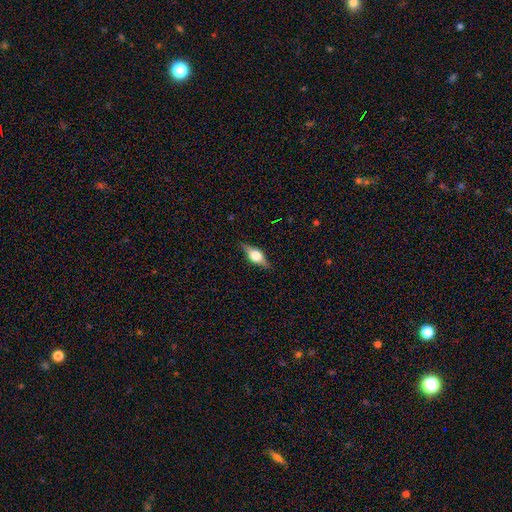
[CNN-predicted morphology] Smooth or featured?
  - featured or disk: 60% *
  - smooth: 32%
  - star or artifact: 8%
Edge-on disk?
  - yes: 95% *
  - no: 5%
Edge-on bulge?
  - rounded: 91% *
  - boxy: 8%
  - none: 1%
Merging?
  - none: 85% *
  - minor disturbance: 12%
  - major disturbance: 3%
  - merger: 1%